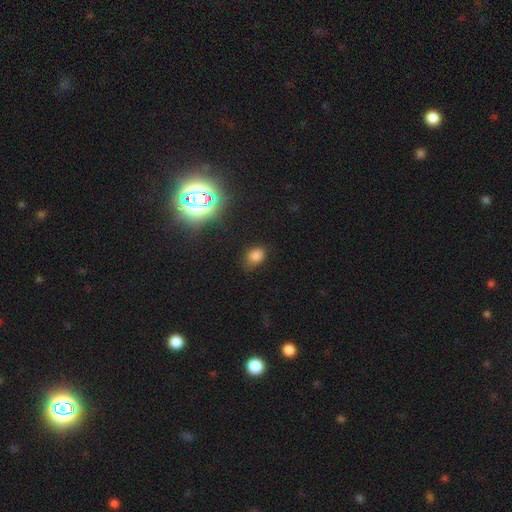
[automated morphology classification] This appears to be a smooth galaxy with no disk features (76%) that is in between round and cigar-shaped (70%). Merging: none (72%).